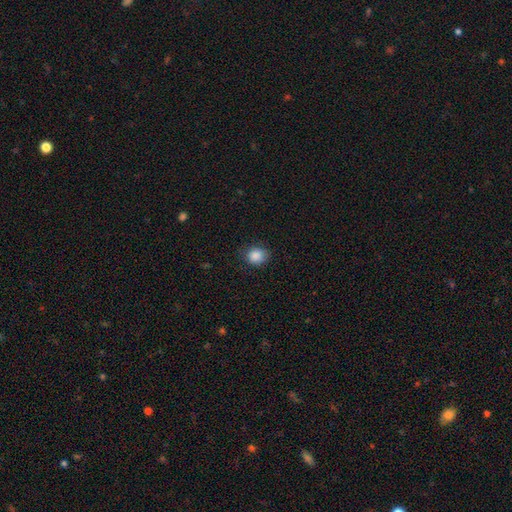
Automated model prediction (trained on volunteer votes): smooth-or-featured: smooth: 87% | star or artifact: 9% | featured or disk: 4%
  how-rounded: round: 72% | in between: 27% | cigar-shaped: 1%
  merging: none: 80% | minor disturbance: 16% | major disturbance: 3% | merger: 1%